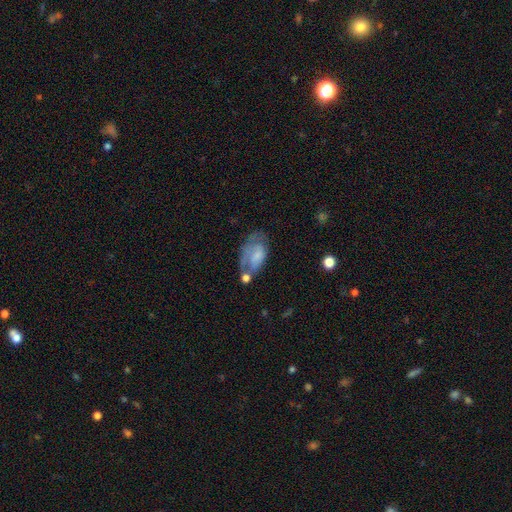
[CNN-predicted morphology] Overall: smooth (50%; featured or disk 42%). How rounded: in between (90%). Merging: none (32%; minor disturbance 27%).